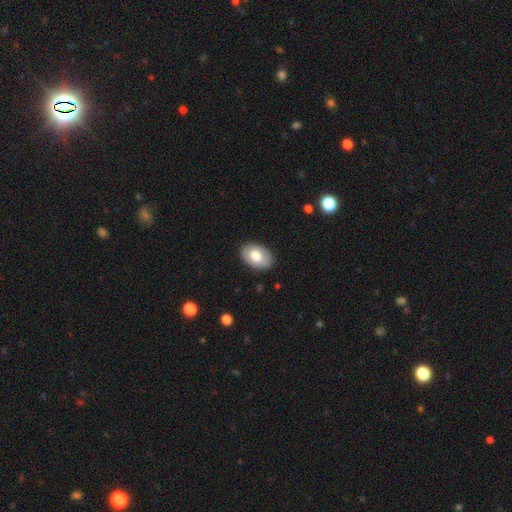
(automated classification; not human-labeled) Smooth or featured? Predicted: smooth (p=0.74). How rounded? Predicted: in between (p=0.87). Merging? Predicted: none (p=0.88).